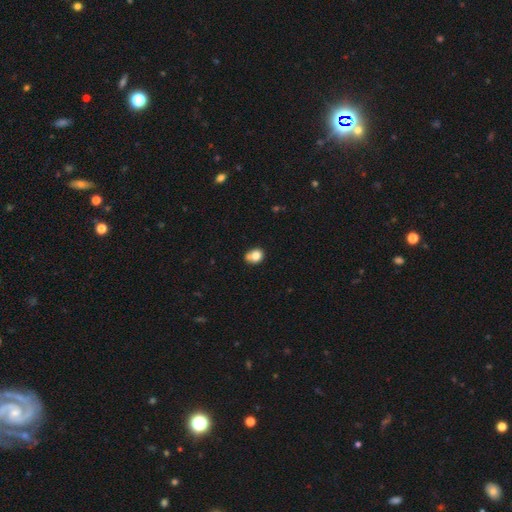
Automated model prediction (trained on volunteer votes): smooth-or-featured: smooth: 78% | featured or disk: 11% | star or artifact: 10%
  how-rounded: round: 62% | in between: 37% | cigar-shaped: 1%
  merging: none: 47% | merger: 27% | minor disturbance: 20% | major disturbance: 6%